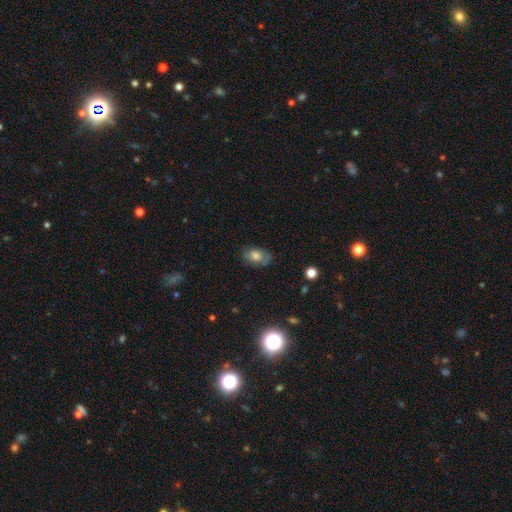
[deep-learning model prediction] Smooth or featured? Predicted: smooth (p=0.55). How rounded? Predicted: in between (p=0.84). Merging? Predicted: none (p=0.70).